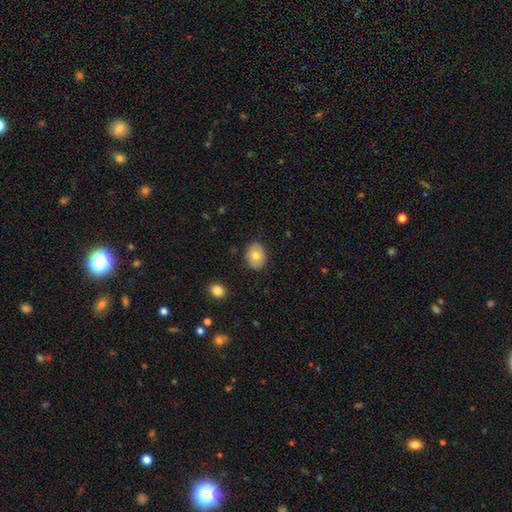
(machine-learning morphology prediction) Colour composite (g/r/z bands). It shows a smooth galaxy with no disk features (75%) that is in between round and cigar-shaped (52%). Merging: none (87%).